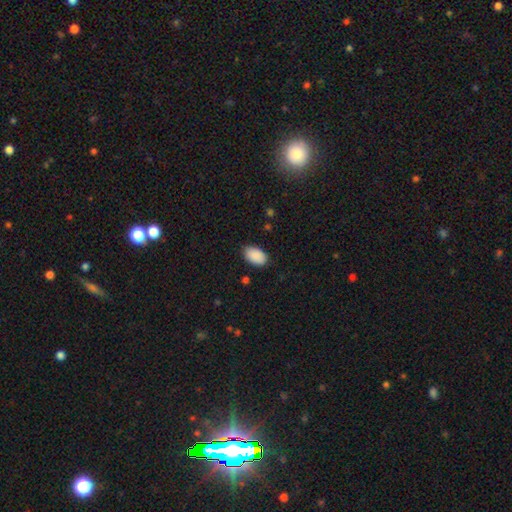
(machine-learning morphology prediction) Smooth or featured? Predicted: smooth (p=0.90). How rounded? Predicted: in between (p=0.93). Merging? Predicted: none (p=0.82).